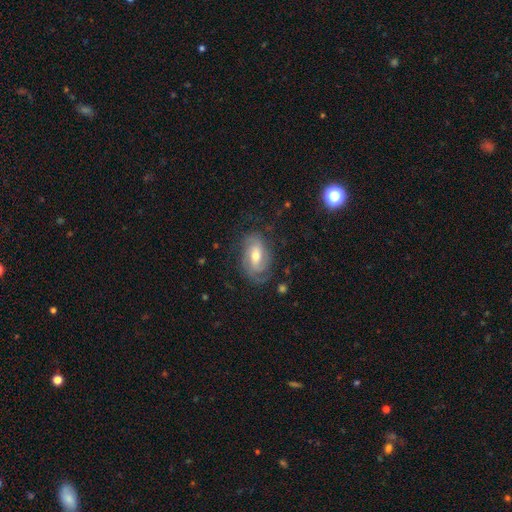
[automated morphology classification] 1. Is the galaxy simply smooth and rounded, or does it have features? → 75% featured or disk, 18% smooth, 7% star or artifact.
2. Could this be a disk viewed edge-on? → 95% no, 5% yes.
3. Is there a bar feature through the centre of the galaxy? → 44% weak, 38% no, 18% strong.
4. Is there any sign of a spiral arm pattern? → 90% yes, 10% no.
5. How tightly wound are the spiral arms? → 50% tight, 36% medium, 14% loose.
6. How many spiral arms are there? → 41% 2, 29% can't tell, 16% 3, 6% 1, 4% 4, 3% more than 4.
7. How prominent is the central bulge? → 65% moderate, 28% small, 4% large, 1% none, 1% dominant.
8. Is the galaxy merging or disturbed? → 69% none, 19% minor disturbance, 10% major disturbance, 1% merger.